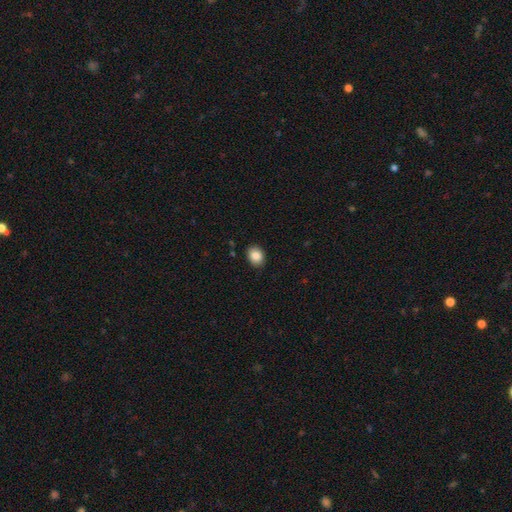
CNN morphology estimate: smooth-or-featured: smooth: 86% | star or artifact: 9% | featured or disk: 5%
  how-rounded: in between: 50% | round: 49% | cigar-shaped: 1%
  merging: none: 89% | minor disturbance: 8% | major disturbance: 2% | merger: 1%